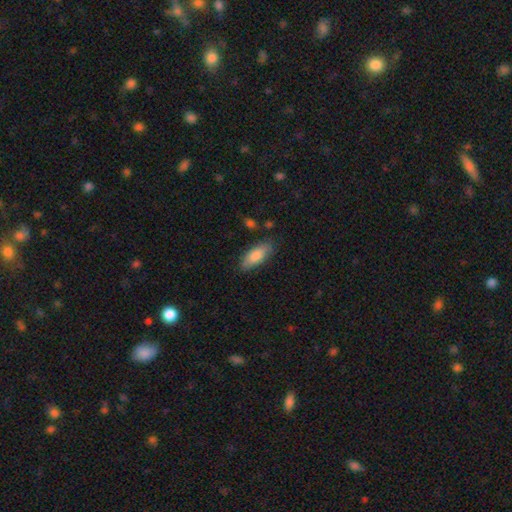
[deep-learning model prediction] smooth-or-featured: smooth: 79% | featured or disk: 15% | star or artifact: 6%
  how-rounded: in between: 73% | cigar-shaped: 25% | round: 2%
  merging: none: 82% | minor disturbance: 13% | major disturbance: 2% | merger: 2%